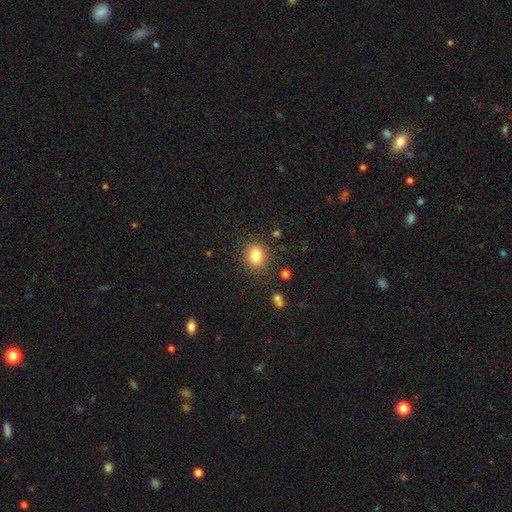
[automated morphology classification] A smooth galaxy with no disk features (82%) that is round (71%).

Vote fractions:
- Smooth or featured? smooth: 82% / star or artifact: 11% / featured or disk: 7%
- How rounded? round: 71% / in between: 28% / cigar-shaped: 1%
- Merging? none: 86% / minor disturbance: 9% / major disturbance: 3% / merger: 2%